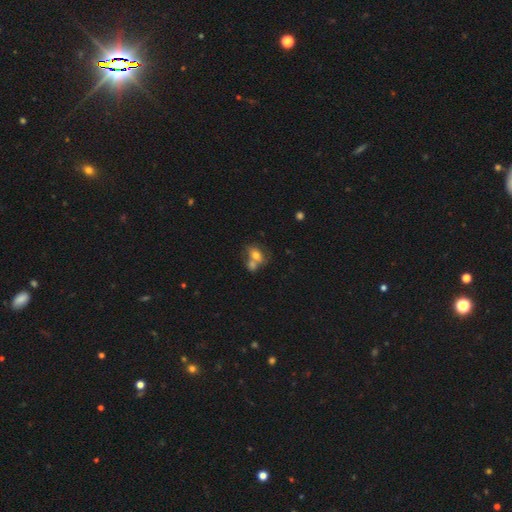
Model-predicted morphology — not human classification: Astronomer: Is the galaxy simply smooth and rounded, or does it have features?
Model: smooth — 71%.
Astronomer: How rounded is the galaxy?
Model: in between — 68%.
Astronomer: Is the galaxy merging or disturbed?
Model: merger — 52% (runner-up: none, 32%).